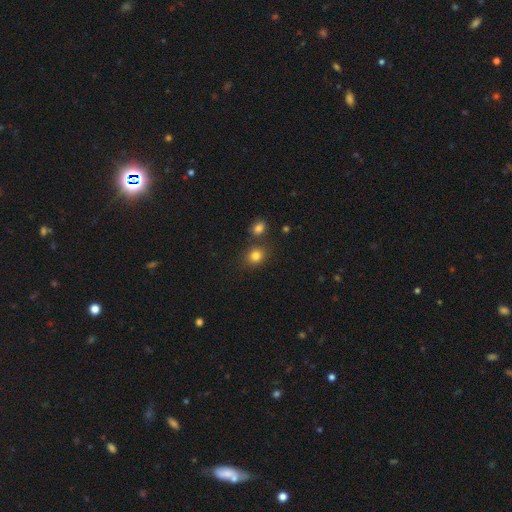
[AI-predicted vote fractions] This is clearly a smooth galaxy (82%). How rounded: likely round (68%). Merging: likely none (73%).